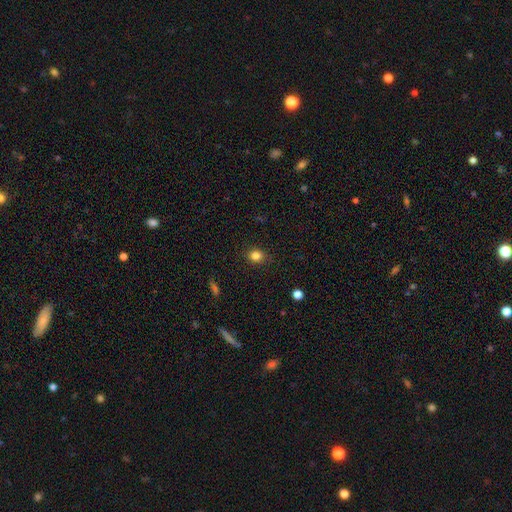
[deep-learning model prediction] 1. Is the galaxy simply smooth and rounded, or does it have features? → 82% smooth, 12% star or artifact, 6% featured or disk.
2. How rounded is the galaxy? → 67% round, 32% in between, 1% cigar-shaped.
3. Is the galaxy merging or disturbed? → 87% none, 10% minor disturbance, 2% major disturbance, 1% merger.